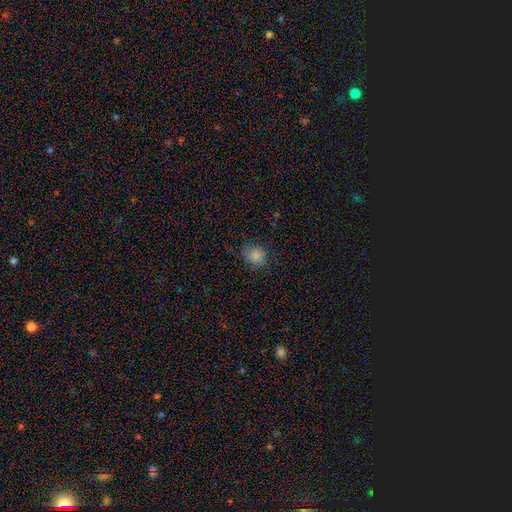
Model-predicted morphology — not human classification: The model was most divided on "how rounded": round: 70%, in between: 29%, cigar-shaped: 1%. More confident: smooth or featured — smooth (83%); merging — none (76%).